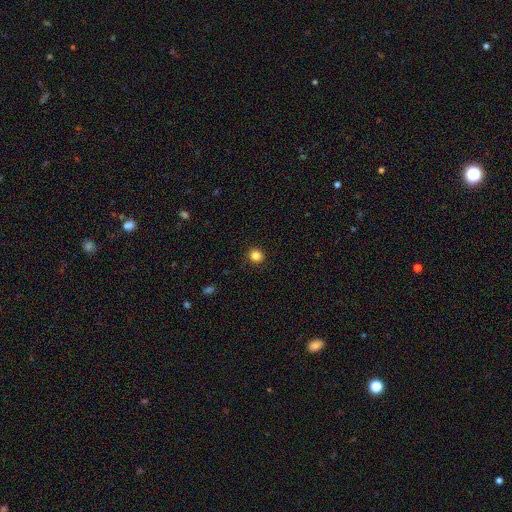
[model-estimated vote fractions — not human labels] smooth 85%, star or artifact 11%, featured or disk 4%. Down the decision tree: how rounded — round (90%); merging — none (91%).